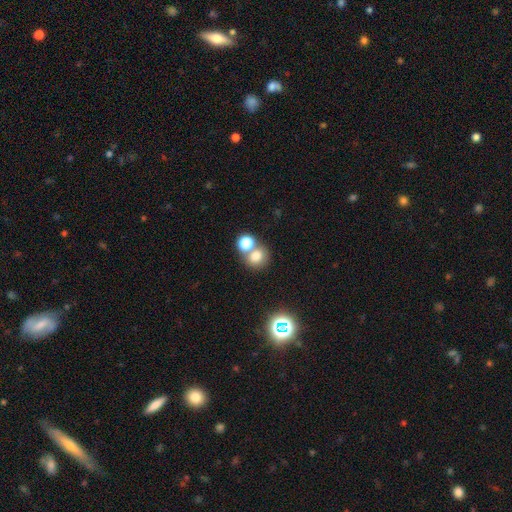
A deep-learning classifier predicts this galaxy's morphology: The model was most divided on "merging": none: 52%, merger: 36%, minor disturbance: 8%, major disturbance: 4%. More confident: how rounded — round (76%); smooth or featured — smooth (73%).